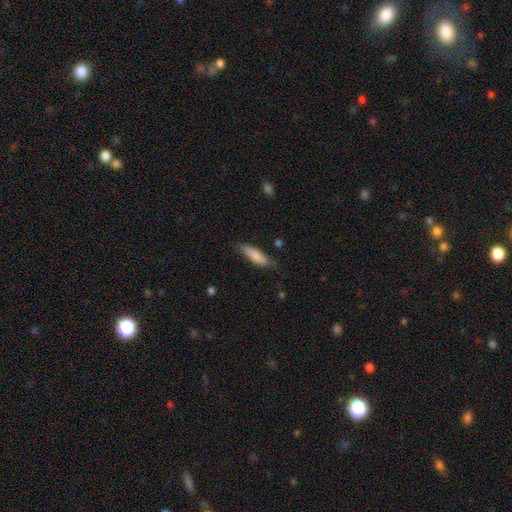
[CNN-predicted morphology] This is clearly a smooth galaxy (83%). How rounded: possibly cigar-shaped (51%). Merging: likely none (74%).